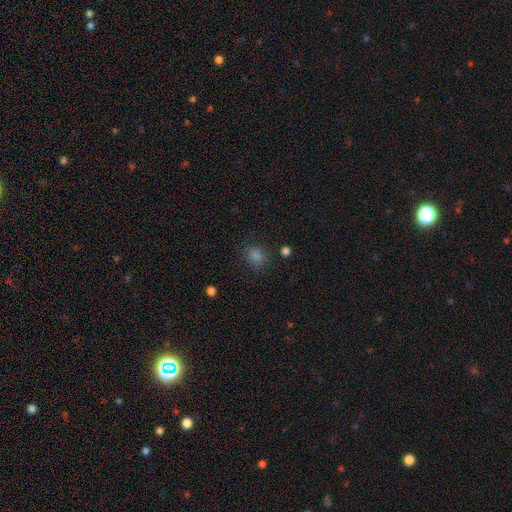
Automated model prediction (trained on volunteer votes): smooth-or-featured: smooth: 77% | star or artifact: 19% | featured or disk: 4%
  how-rounded: round: 81% | in between: 18% | cigar-shaped: 1%
  merging: none: 83% | minor disturbance: 10% | major disturbance: 4% | merger: 3%